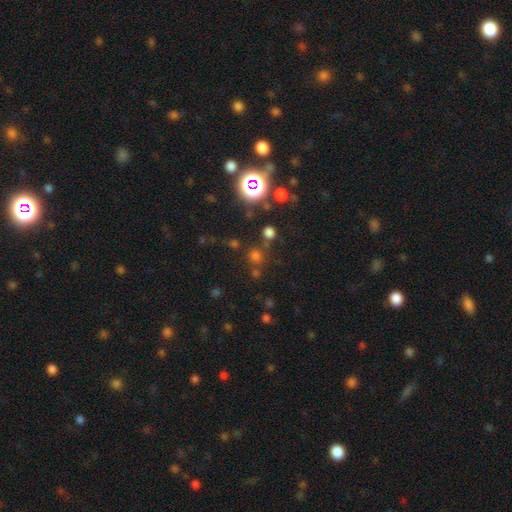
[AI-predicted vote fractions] smooth_or_featured: smooth (p=0.59) [alt: star or artifact p=0.35]
how_rounded: round (p=0.90) [alt: in between p=0.09]
merging: none (p=0.75) [alt: merger p=0.12]